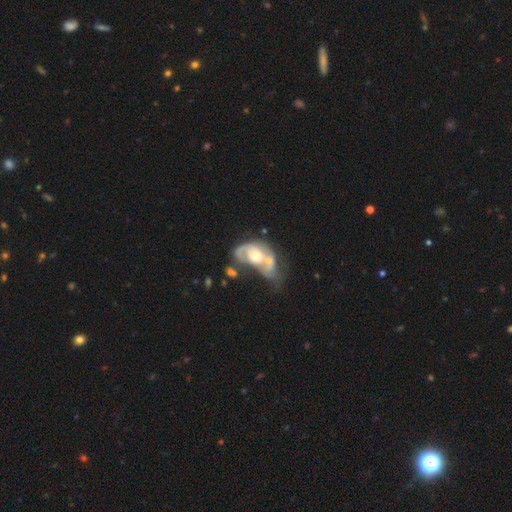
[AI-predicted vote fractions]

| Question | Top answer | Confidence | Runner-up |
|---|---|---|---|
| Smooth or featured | featured or disk | 64% | smooth (29%) |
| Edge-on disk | no | 96% | yes (4%) |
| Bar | no | 79% | weak (17%) |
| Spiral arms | yes | 56% | no (44%) |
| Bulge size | moderate | 65% | small (17%) |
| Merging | merger | 63% | major disturbance (19%) |